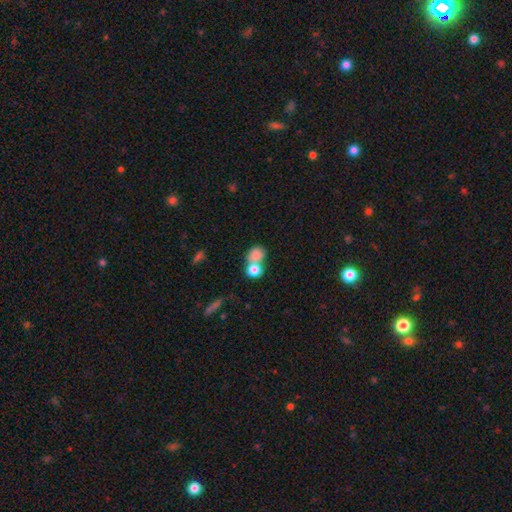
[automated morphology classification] smooth 80%, star or artifact 10%, featured or disk 10%. Down the decision tree: how rounded — round (64%); merging — merger (52%).